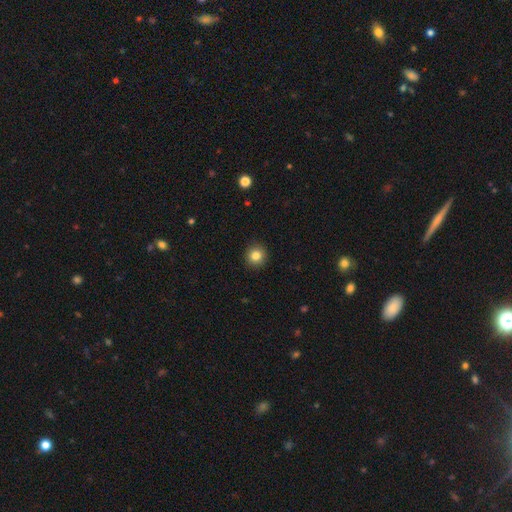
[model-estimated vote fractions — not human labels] Smooth or featured? smooth (83%)
How rounded? round (93%)
Merging? none (92%)